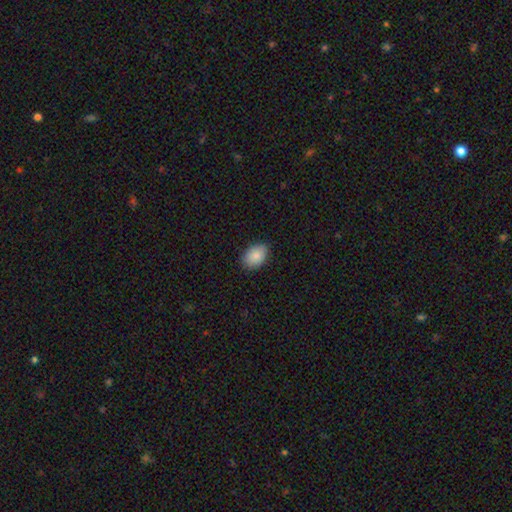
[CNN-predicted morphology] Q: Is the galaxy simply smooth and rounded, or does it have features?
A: smooth — 87%.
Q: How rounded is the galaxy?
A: in between — 82%.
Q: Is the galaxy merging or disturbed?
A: none — 84%.